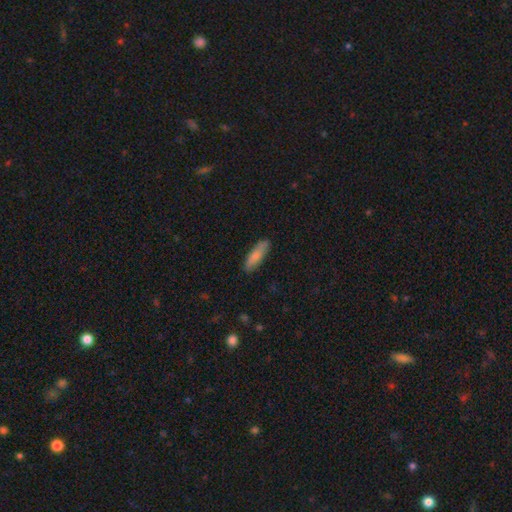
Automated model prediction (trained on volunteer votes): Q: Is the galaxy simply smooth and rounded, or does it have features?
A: smooth — 81%.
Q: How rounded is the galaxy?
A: cigar-shaped — 58%.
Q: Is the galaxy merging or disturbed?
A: none — 85%.